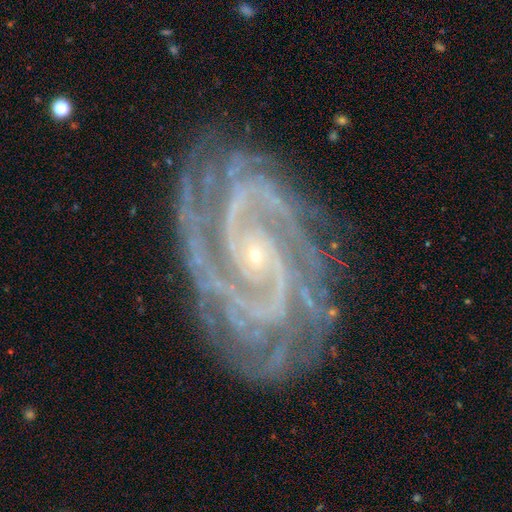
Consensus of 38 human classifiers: Smooth or featured?
  - featured or disk: 89% *
  - star or artifact: 8%
  - smooth: 3%
Edge-on disk?
  - no: 97% *
  - yes: 3%
Bar?
  - no: 76% *
  - strong: 15%
  - weak: 9%
Spiral arms?
  - yes: 100% *
  - no: 0%
Spiral winding?
  - tight: 58% *
  - medium: 39%
  - loose: 3%
Spiral arm count?
  - 2: 61% *
  - more than 4: 15%
  - 3: 9%
  - 4: 9%
  - can't tell: 6%
  - 1: 0%
Bulge size?
  - small: 88% *
  - moderate: 12%
  - dominant: 0%
  - large: 0%
  - none: 0%
Merging?
  - none: 77% *
  - minor disturbance: 17%
  - major disturbance: 6%
  - merger: 0%